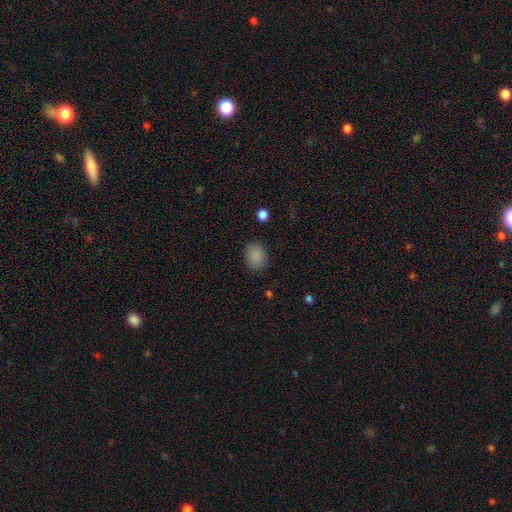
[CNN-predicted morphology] This appears to be a smooth galaxy with no disk features (87%) that is in between round and cigar-shaped (51%). Merging: none (85%).